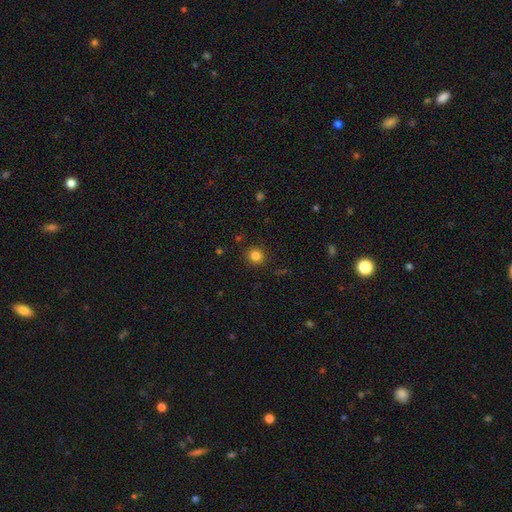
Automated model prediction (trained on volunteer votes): Smooth or featured? Predicted: smooth (p=0.82). How rounded? Predicted: round (p=0.91). Merging? Predicted: none (p=0.91).